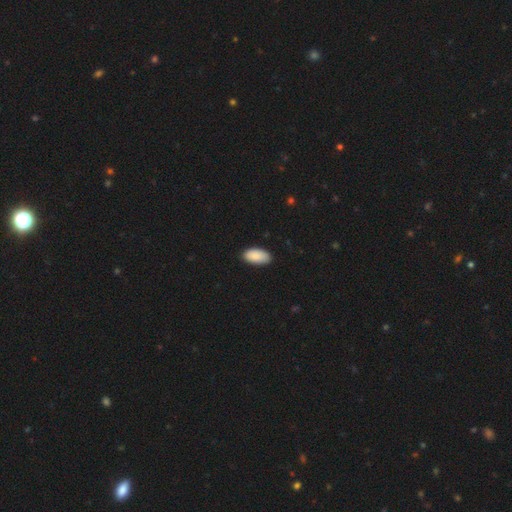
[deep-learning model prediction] A smooth galaxy with no disk features (89%) that is in between round and cigar-shaped (95%). Merging: none (84%).